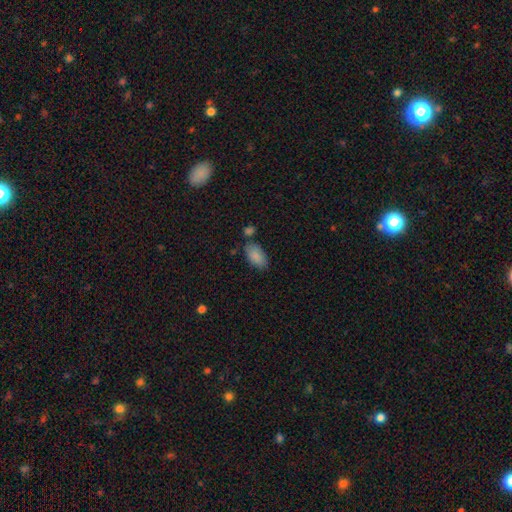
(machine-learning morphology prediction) Overall: smooth (87%). How rounded: in between (94%). Merging: none (71%).